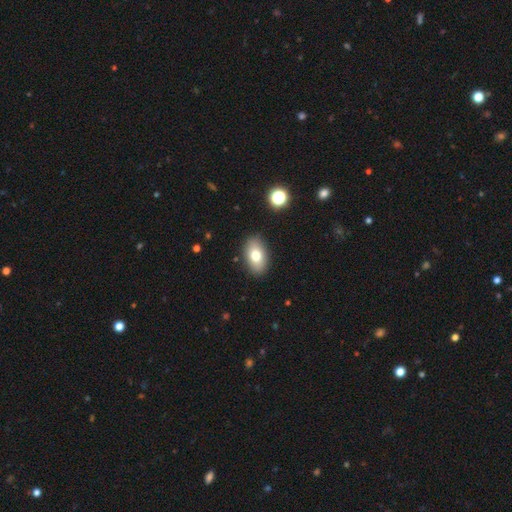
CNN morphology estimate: The model was most divided on "smooth or featured": smooth: 76%, featured or disk: 15%, star or artifact: 9%. More confident: how rounded — in between (90%); merging — none (87%).